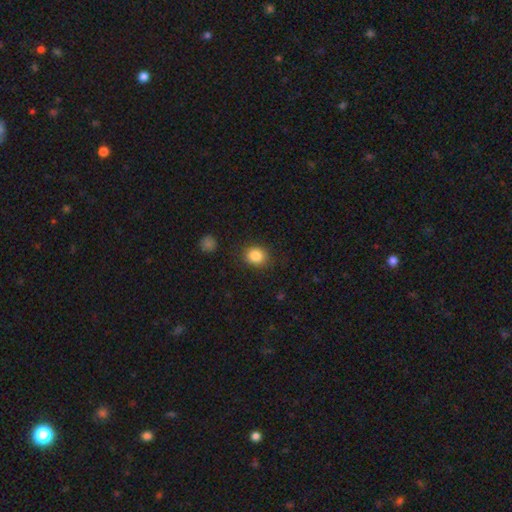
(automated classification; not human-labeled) A smooth galaxy with no disk features (85%) that is round (65%).

Vote fractions:
- Smooth or featured? smooth: 85% / star or artifact: 9% / featured or disk: 5%
- How rounded? round: 65% / in between: 35% / cigar-shaped: 1%
- Merging? none: 84% / minor disturbance: 11% / major disturbance: 3% / merger: 2%